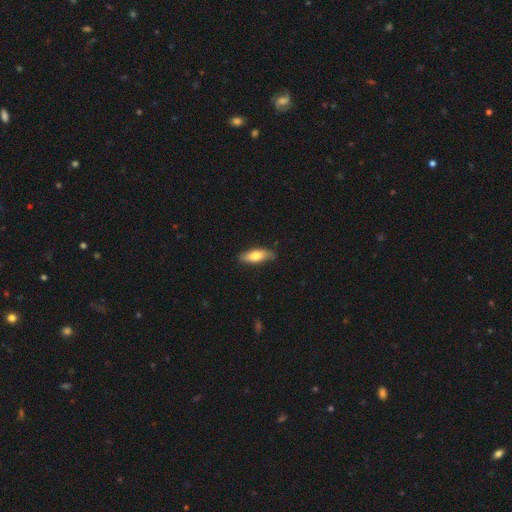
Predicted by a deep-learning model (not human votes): Smooth or featured? Predicted: smooth (p=0.72). How rounded? Predicted: in between (p=0.67). Merging? Predicted: none (p=0.78).